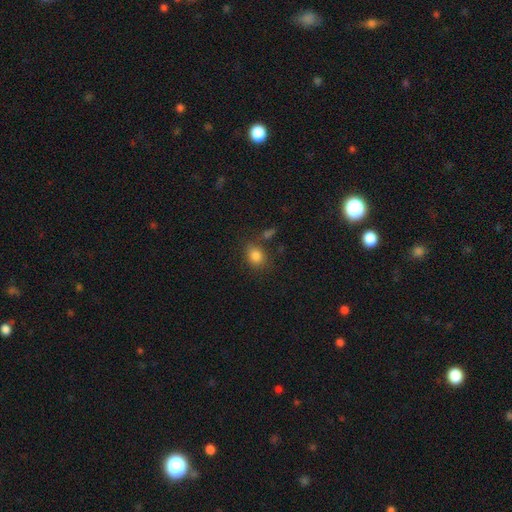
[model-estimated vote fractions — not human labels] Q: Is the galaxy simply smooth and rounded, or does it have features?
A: smooth — 83%.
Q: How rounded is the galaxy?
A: in between — 50%.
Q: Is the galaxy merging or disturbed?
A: none — 74%.